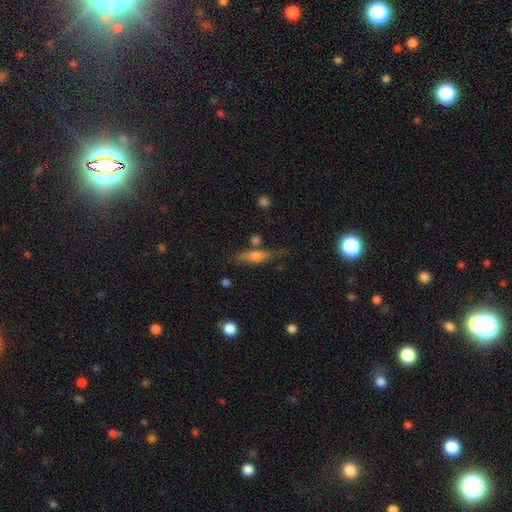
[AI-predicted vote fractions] smooth_or_featured: smooth (p=0.53) [alt: featured or disk p=0.37]
how_rounded: cigar-shaped (p=0.64) [alt: in between p=0.32]
merging: none (p=0.65) [alt: minor disturbance p=0.19]